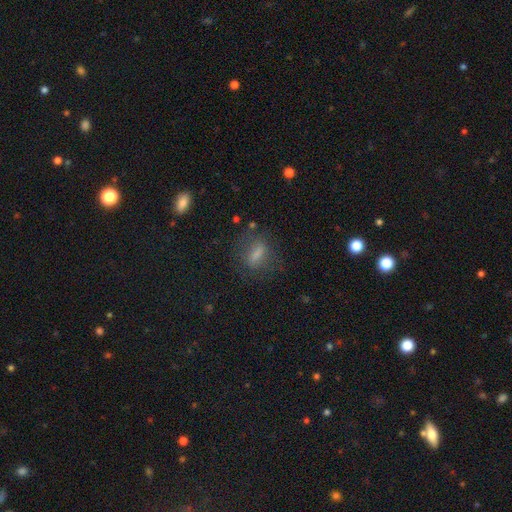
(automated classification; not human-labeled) smooth-or-featured: smooth: 59% | featured or disk: 21% | star or artifact: 20%
  how-rounded: in between: 58% | cigar-shaped: 25% | round: 18%
  merging: none: 71% | minor disturbance: 16% | major disturbance: 11% | merger: 2%